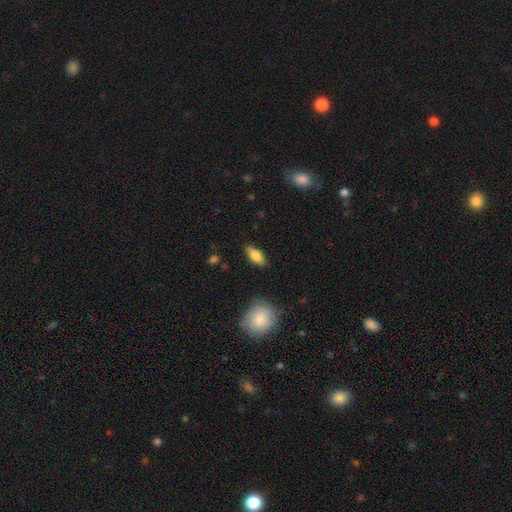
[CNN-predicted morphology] Overall: smooth (76%). How rounded: in between (81%). Merging: none (85%).